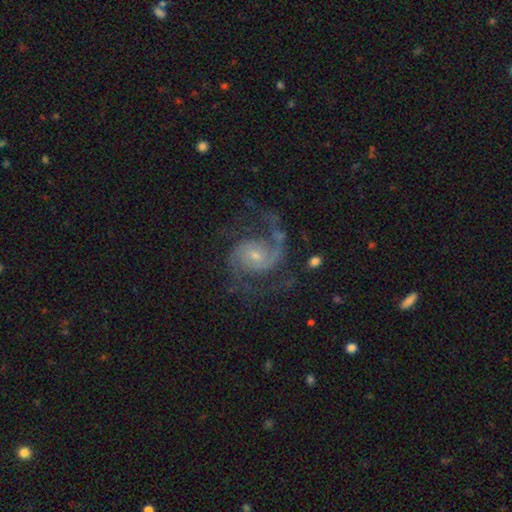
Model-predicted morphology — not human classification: A featured or disk galaxy (90%) with no bar (58%), 2 (86%) medium (56%) spiral arms (98%) and a small central bulge (67%). Merging: none (69%).